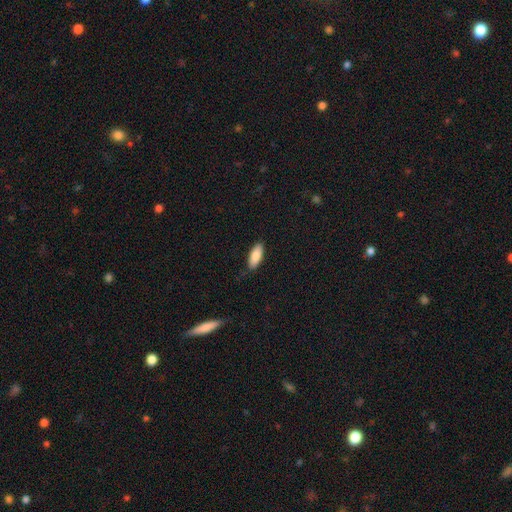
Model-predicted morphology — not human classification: This is clearly a smooth galaxy (86%). How rounded: likely in between (76%). Merging: clearly none (84%).